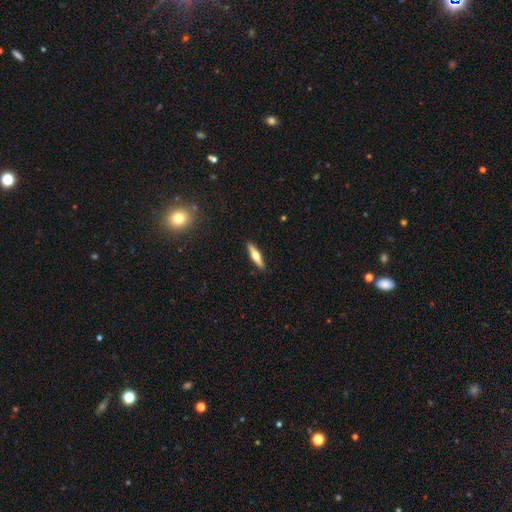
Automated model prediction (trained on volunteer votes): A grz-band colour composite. It shows a featured or disk galaxy (52%) viewed edge-on (94%). Merging: none (91%).